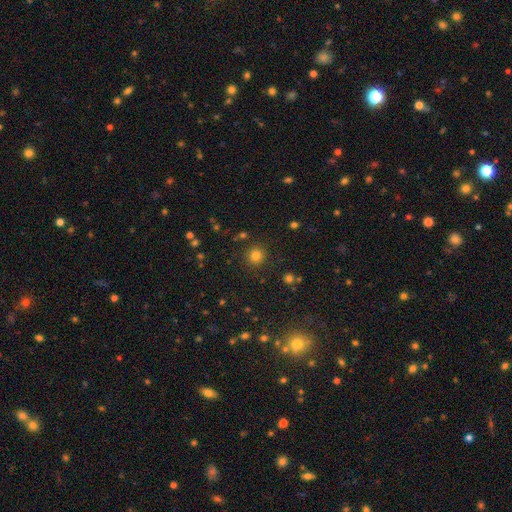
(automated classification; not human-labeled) Smooth or featured? smooth (79%)
How rounded? round (92%)
Merging? none (88%)